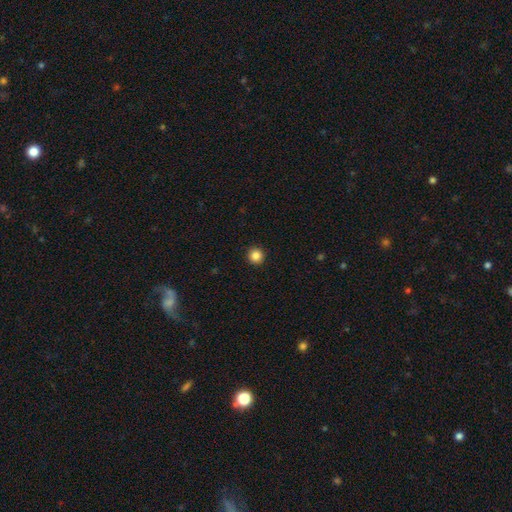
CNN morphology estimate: smooth 86%, star or artifact 11%, featured or disk 4%. Down the decision tree: how rounded — round (96%); merging — none (93%).